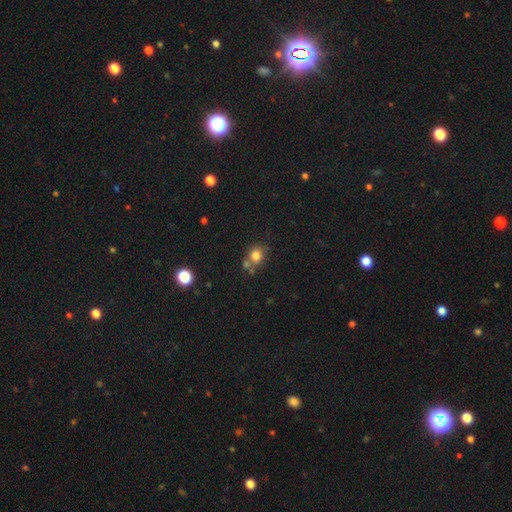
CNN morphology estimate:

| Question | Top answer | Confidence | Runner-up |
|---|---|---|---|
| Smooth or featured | smooth | 78% | star or artifact (13%) |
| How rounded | round | 82% | in between (17%) |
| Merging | none | 58% | merger (26%) |